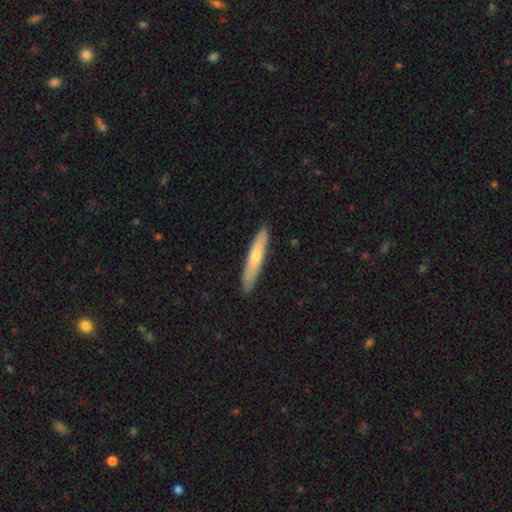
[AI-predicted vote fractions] A smooth galaxy with no disk features (60%) that is cigar-shaped (91%). Merging: none (89%).